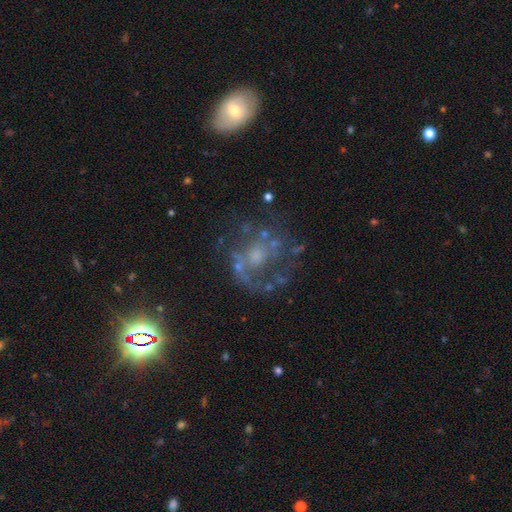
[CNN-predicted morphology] Overall: featured or disk (73%). Edge-on disk: no (97%). Bar: no (72%). Spiral arms: yes (70%). Spiral arm count: 2 (48%; can't tell 24%). Spiral winding: medium (45%; tight 27%). Bulge size: moderate (40%; small 30%). Merging: none (58%; major disturbance 20%).